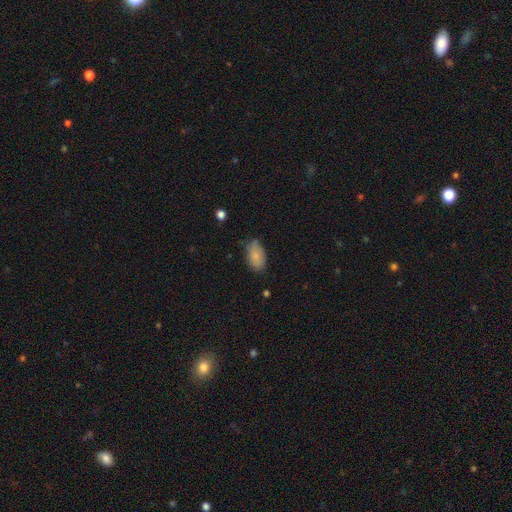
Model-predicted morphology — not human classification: This appears to be a smooth galaxy with no disk features (81%) that is in between round and cigar-shaped (93%). Merging: none (61%).